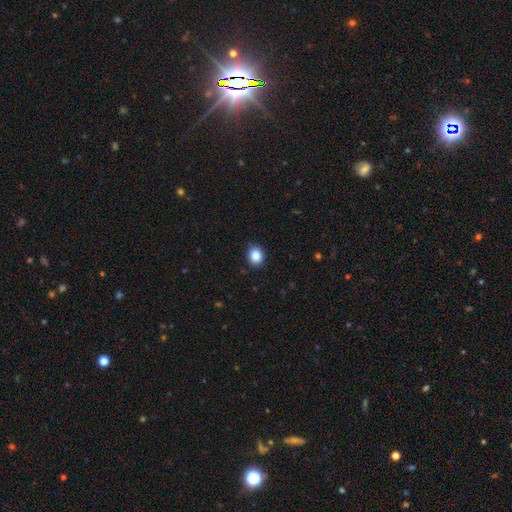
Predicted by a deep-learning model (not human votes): Smooth or featured?
  - smooth: 87% *
  - star or artifact: 9%
  - featured or disk: 4%
How rounded?
  - round: 57% *
  - in between: 42%
  - cigar-shaped: 1%
Merging?
  - none: 86% *
  - minor disturbance: 11%
  - major disturbance: 2%
  - merger: 1%